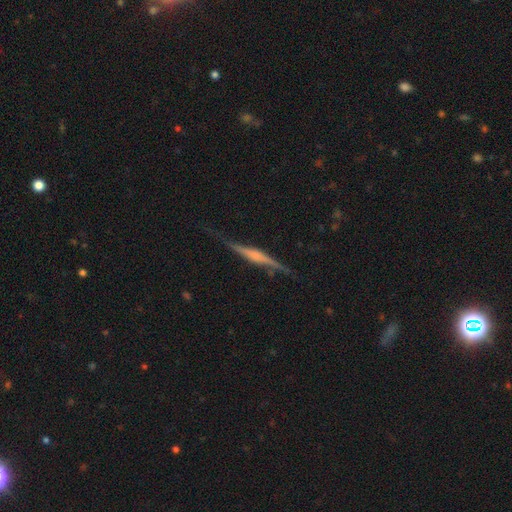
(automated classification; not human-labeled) Morphology: type=featured or disk (76%); edge-on=yes (96%); edge-on bulge=rounded (53%); merging=none (75%).